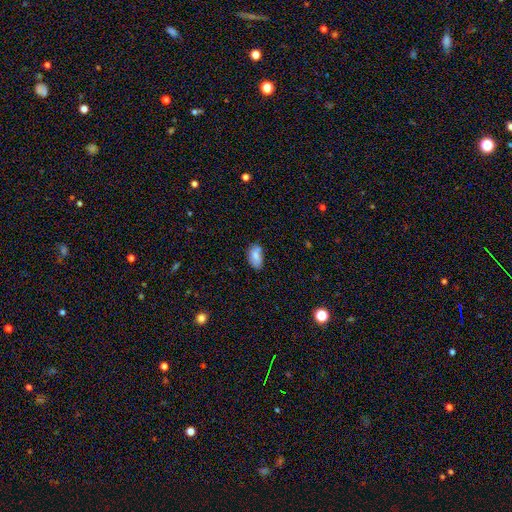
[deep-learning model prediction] Q: Smooth or featured?
A: smooth (78%); runner-up: featured or disk (14%)
Q: How rounded?
A: in between (92%); runner-up: round (5%)
Q: Merging?
A: none (59%); runner-up: minor disturbance (28%)